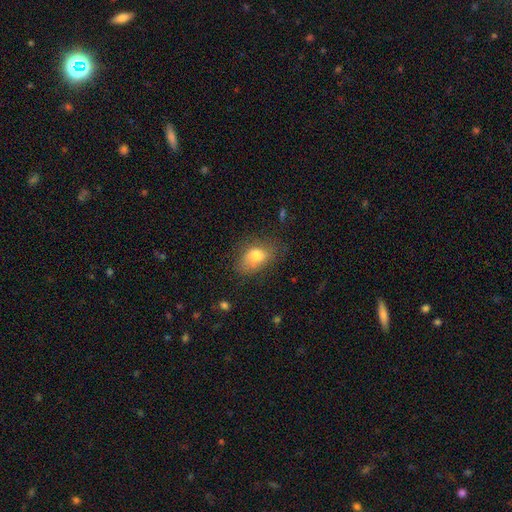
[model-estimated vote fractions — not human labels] Smooth or featured? Predicted: smooth (p=0.75). How rounded? Predicted: in between (p=0.80). Merging? Predicted: none (p=0.58).